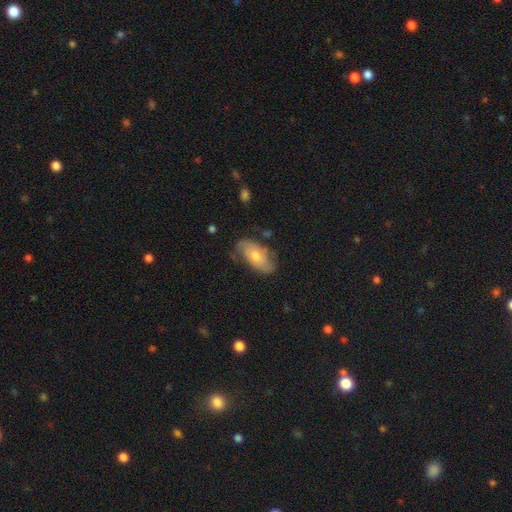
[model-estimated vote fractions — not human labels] smooth_or_featured: featured or disk (p=0.50) [alt: smooth p=0.42]
disk_edge_on: no (p=0.90) [alt: yes p=0.10]
merging: none (p=0.65) [alt: minor disturbance p=0.25]